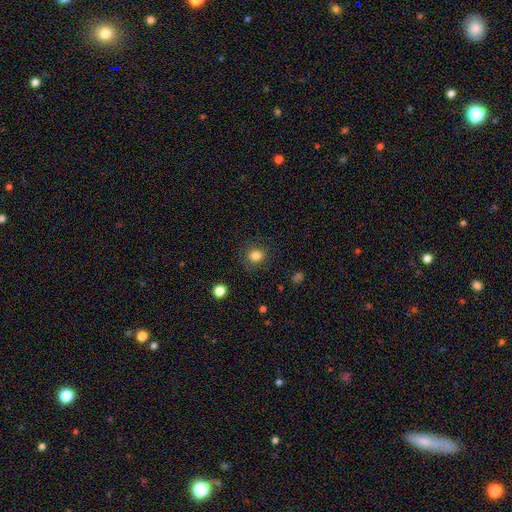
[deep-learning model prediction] Smooth or featured: smooth — 82% (star or artifact — 12%)
How rounded: round — 82% (in between — 17%)
Merging: none — 84% (minor disturbance — 11%)